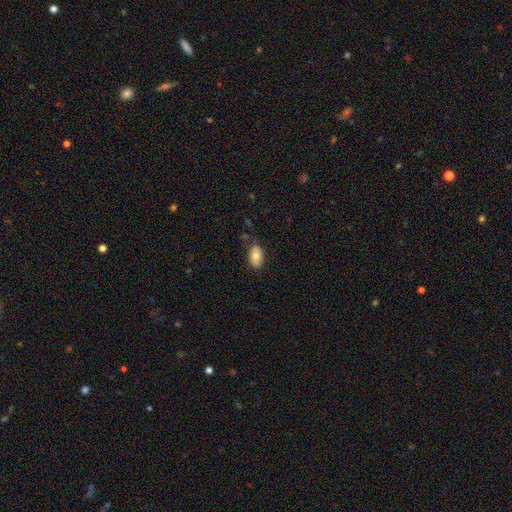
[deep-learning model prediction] This is likely a smooth galaxy (78%). How rounded: clearly in between (92%). Merging: likely none (79%).